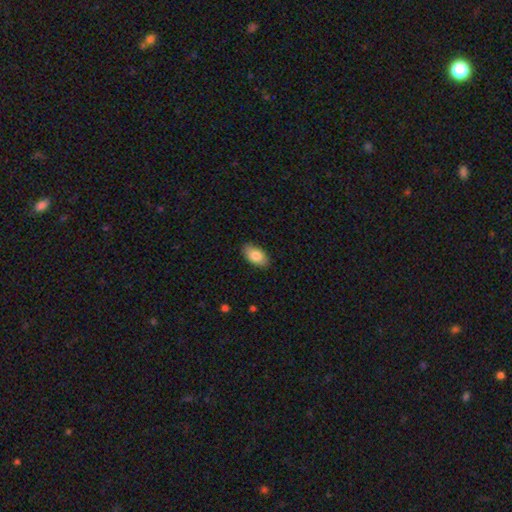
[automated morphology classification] type=smooth (84%); roundness=in between (94%); merging=none (87%).